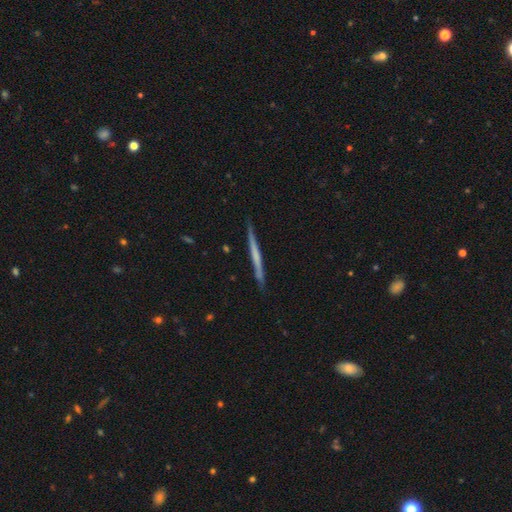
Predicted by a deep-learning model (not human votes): Overall: featured or disk (52%; smooth 43%). Edge-on disk: yes (97%). Edge-on bulge: none (84%). Merging: none (89%).